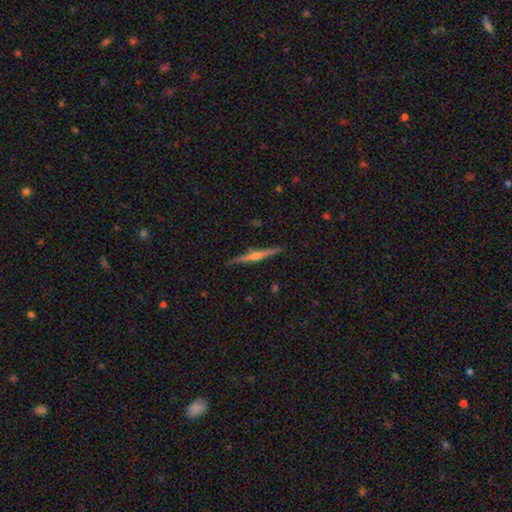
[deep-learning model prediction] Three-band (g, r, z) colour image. It shows a featured or disk galaxy (78%) viewed edge-on (98%) with a rounded central bulge (87%). Merging: none (91%).